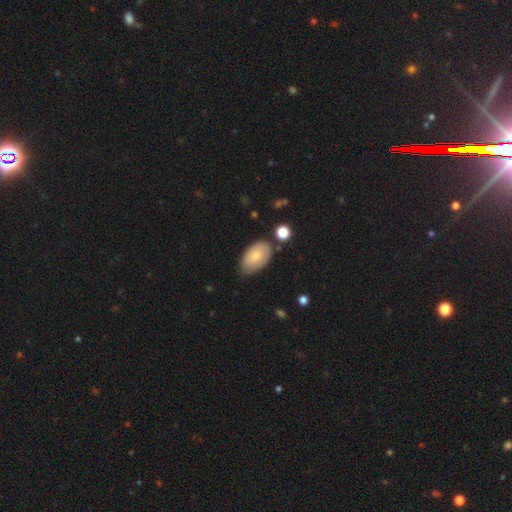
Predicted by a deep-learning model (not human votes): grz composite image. It shows a smooth galaxy with no disk features (71%) that is in between round and cigar-shaped (93%). Merging: none (63%).